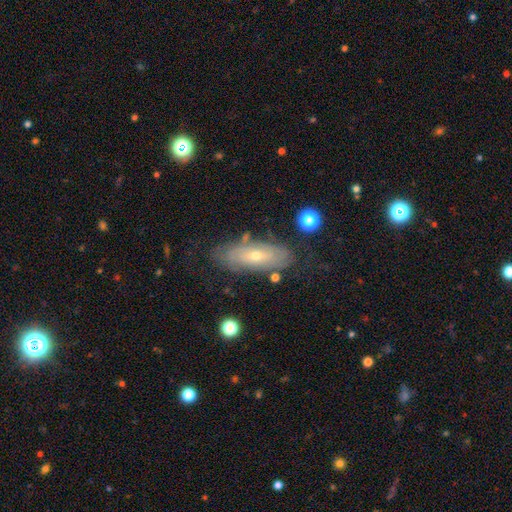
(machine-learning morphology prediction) Smooth or featured? featured or disk (55%)
Edge-on disk? no (76%)
Merging? none (75%)